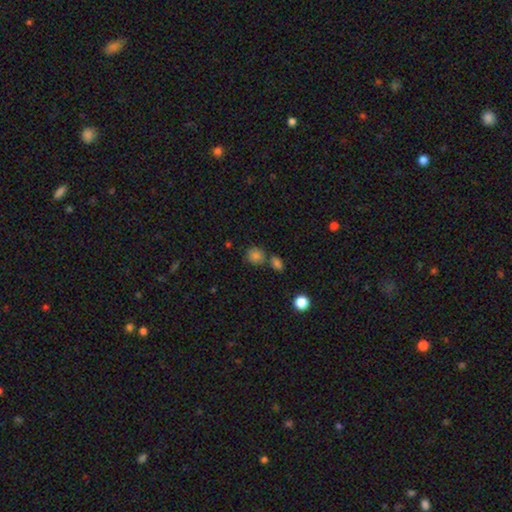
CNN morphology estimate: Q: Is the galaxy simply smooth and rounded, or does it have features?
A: smooth — 80%.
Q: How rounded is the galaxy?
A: round — 79%.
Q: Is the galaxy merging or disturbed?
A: none — 63%.